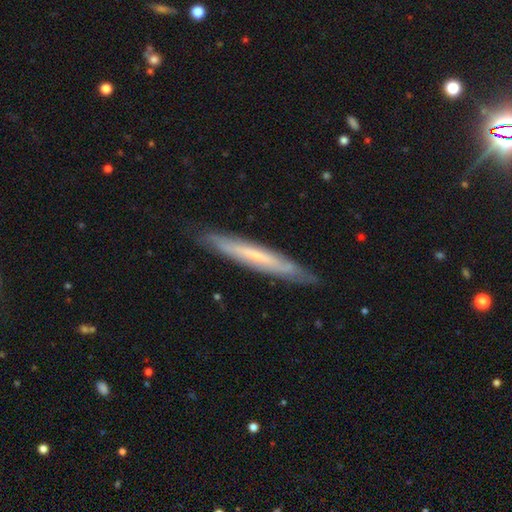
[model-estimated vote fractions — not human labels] This appears to be a featured or disk galaxy (54%) viewed edge-on (84%). Merging: none (86%).